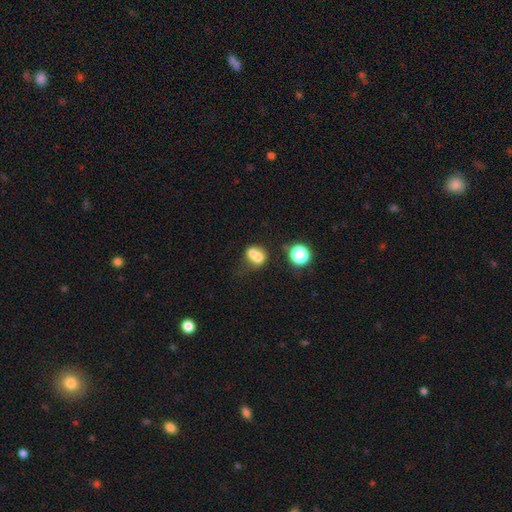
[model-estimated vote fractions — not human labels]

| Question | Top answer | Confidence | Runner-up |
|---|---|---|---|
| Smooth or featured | smooth | 67% | featured or disk (21%) |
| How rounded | round | 52% | in between (46%) |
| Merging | merger | 57% | none (25%) |